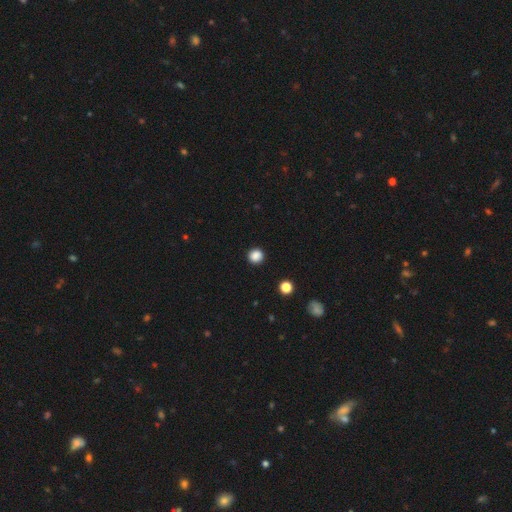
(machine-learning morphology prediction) Smooth or featured? smooth (87%)
How rounded? round (93%)
Merging? none (92%)